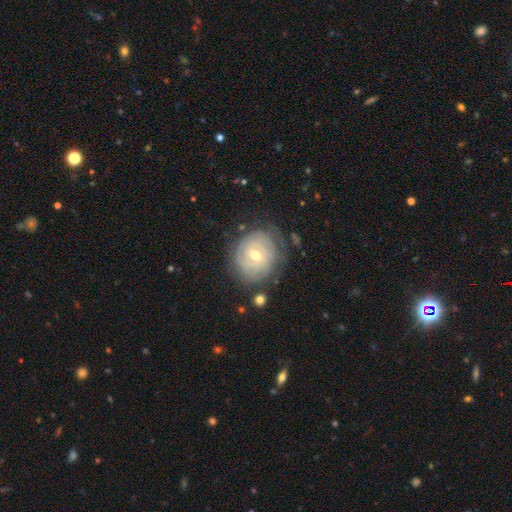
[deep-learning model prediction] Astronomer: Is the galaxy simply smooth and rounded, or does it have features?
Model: featured or disk — 76%.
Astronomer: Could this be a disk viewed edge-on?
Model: no — 97%.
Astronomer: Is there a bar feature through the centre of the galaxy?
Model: no — 55% (runner-up: weak, 36%).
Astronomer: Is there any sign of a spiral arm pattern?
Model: yes — 88%.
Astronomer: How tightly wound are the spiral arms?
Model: tight — 81%.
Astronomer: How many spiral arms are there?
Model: can't tell — 50%.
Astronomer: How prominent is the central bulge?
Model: moderate — 52% (runner-up: small, 45%).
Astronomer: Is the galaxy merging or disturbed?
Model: none — 75%.